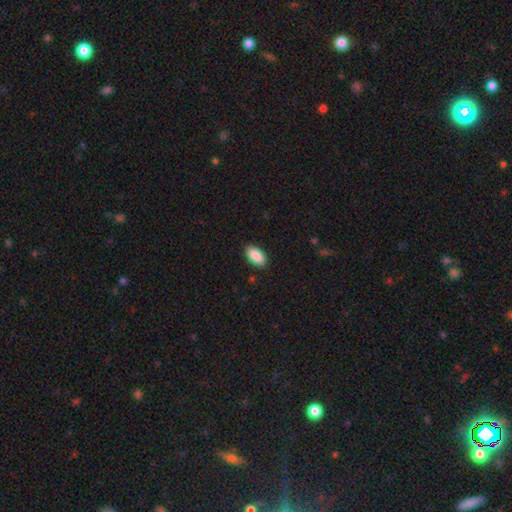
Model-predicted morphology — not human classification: type=smooth (89%); roundness=in between (95%); merging=none (90%).